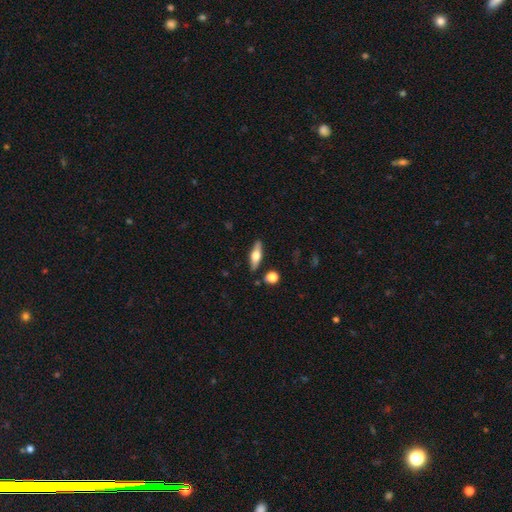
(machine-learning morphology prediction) Q: Smooth or featured?
A: featured or disk (50%); runner-up: smooth (44%)
Q: Merging?
A: none (86%); runner-up: minor disturbance (9%)